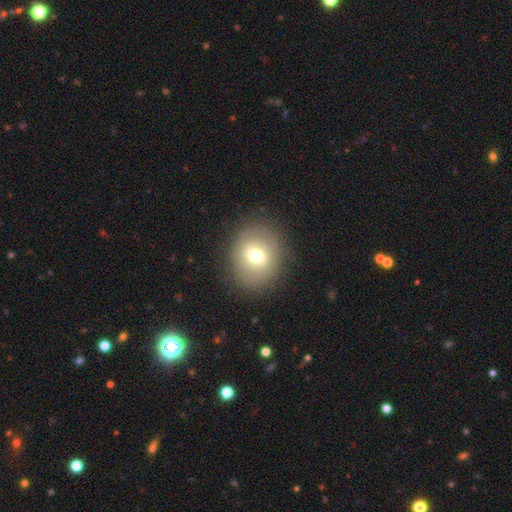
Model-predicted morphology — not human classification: Smooth or featured? smooth (63%)
How rounded? round (77%)
Merging? none (85%)